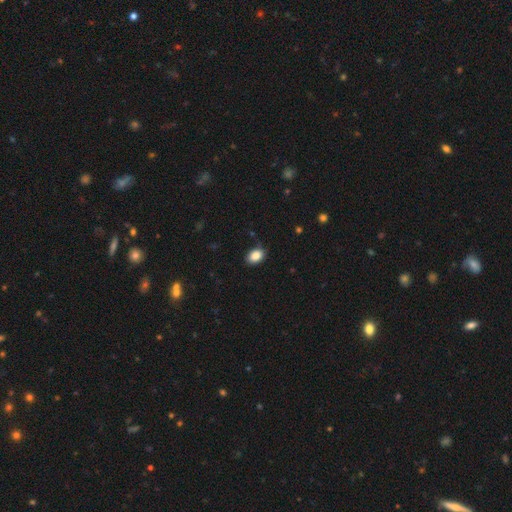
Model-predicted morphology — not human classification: A smooth galaxy with no disk features (87%) that is in between round and cigar-shaped (81%).

Vote fractions:
- Smooth or featured? smooth: 87% / star or artifact: 9% / featured or disk: 4%
- How rounded? in between: 81% / round: 18% / cigar-shaped: 1%
- Merging? none: 82% / minor disturbance: 14% / major disturbance: 3% / merger: 1%